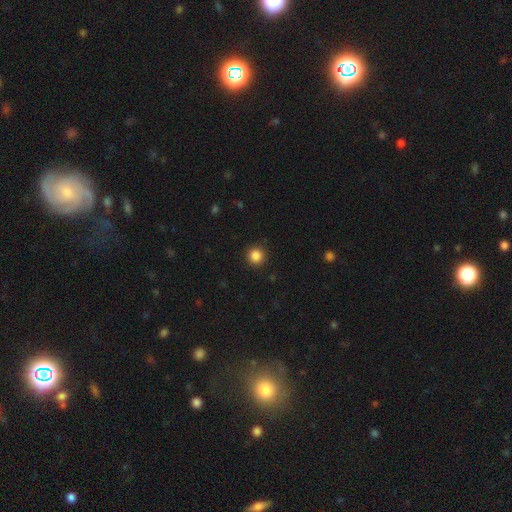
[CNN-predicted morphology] type=smooth (86%); roundness=round (95%); merging=none (92%).